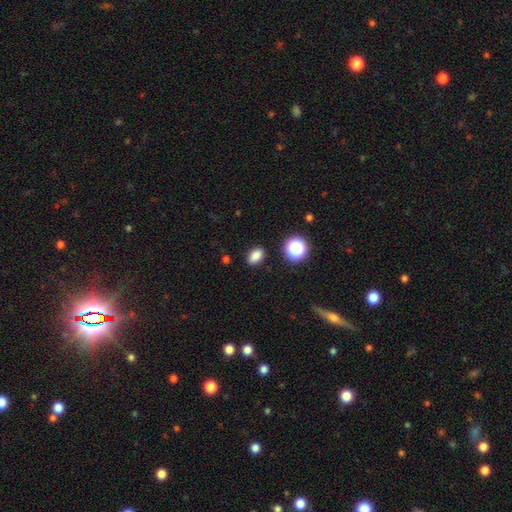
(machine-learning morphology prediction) smooth_or_featured: smooth (p=0.82) [alt: star or artifact p=0.13]
how_rounded: in between (p=0.80) [alt: round p=0.18]
merging: none (p=0.89) [alt: minor disturbance p=0.08]